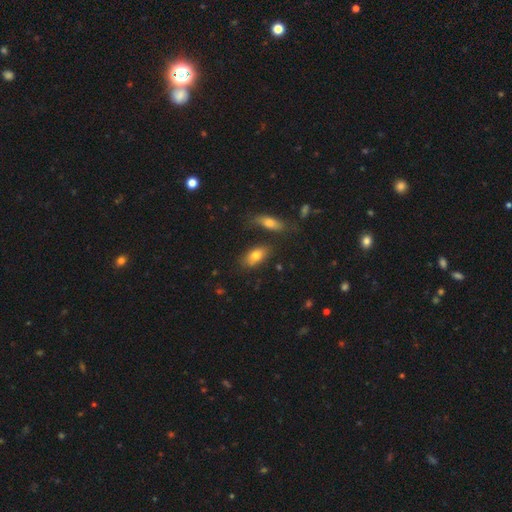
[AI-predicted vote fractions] This appears to be a smooth galaxy with no disk features (76%) that is in between round and cigar-shaped (87%). Merging: none (68%).